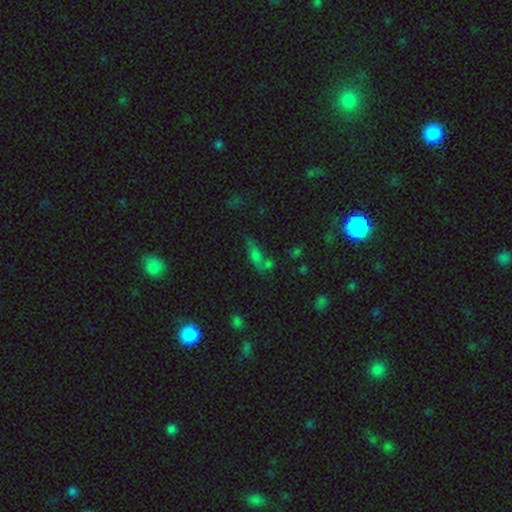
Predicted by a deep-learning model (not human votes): This is possibly a smooth galaxy (53%). How rounded: possibly cigar-shaped (49%). Merging: possibly none (52%).